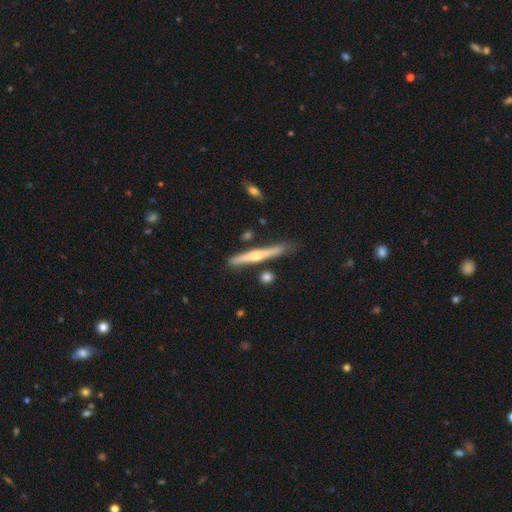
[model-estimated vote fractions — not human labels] A featured or disk galaxy (64%) viewed edge-on (97%) with a rounded central bulge (85%).

Vote fractions:
- Smooth or featured? featured or disk: 64% / smooth: 30% / star or artifact: 6%
- Edge-on disk? yes: 97% / no: 3%
- Edge-on bulge? rounded: 85% / none: 11% / boxy: 4%
- Merging? none: 79% / minor disturbance: 13% / merger: 5% / major disturbance: 3%